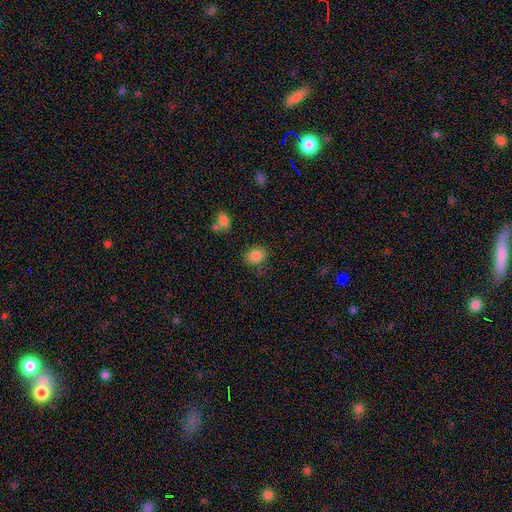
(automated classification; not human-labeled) Morphology: type=smooth (86%); roundness=round (50%); merging=none (75%).